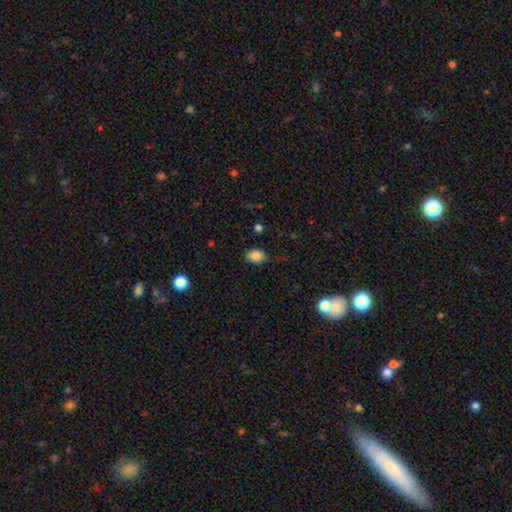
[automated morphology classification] smooth_or_featured: smooth (p=0.85) [alt: star or artifact p=0.09]
how_rounded: in between (p=0.81) [alt: round p=0.18]
merging: none (p=0.77) [alt: minor disturbance p=0.17]